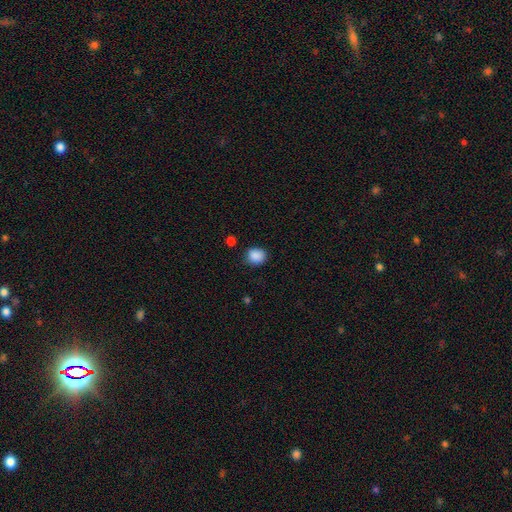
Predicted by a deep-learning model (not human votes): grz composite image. It shows a smooth galaxy with no disk features (88%) that is round (74%). Merging: none (83%).